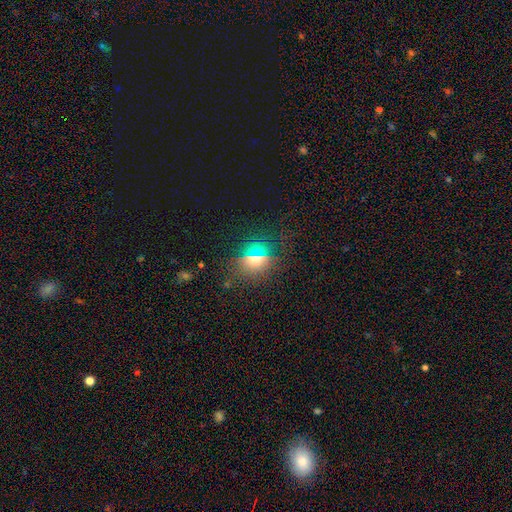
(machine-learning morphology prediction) Q: Smooth or featured?
A: smooth (61%); runner-up: star or artifact (26%)
Q: How rounded?
A: round (68%); runner-up: in between (29%)
Q: Merging?
A: none (84%); runner-up: minor disturbance (9%)